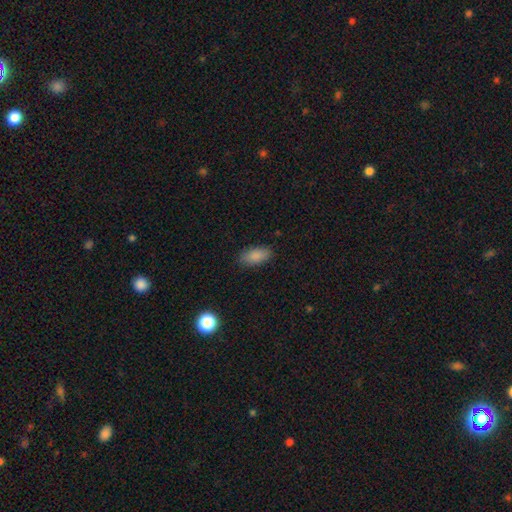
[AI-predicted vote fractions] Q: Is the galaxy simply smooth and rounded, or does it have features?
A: smooth — 87%.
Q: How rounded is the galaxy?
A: in between — 90%.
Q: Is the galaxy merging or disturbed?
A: none — 86%.